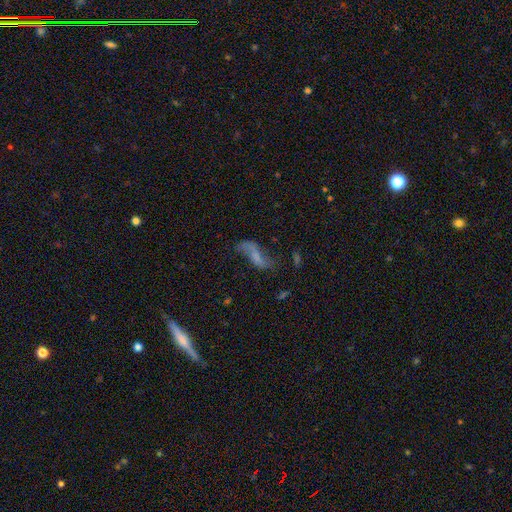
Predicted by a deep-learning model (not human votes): This appears to be a featured or disk galaxy (57%) with no bar (46%), spiral arms (77%) and no central bulge (54%). Merging: none (48%).